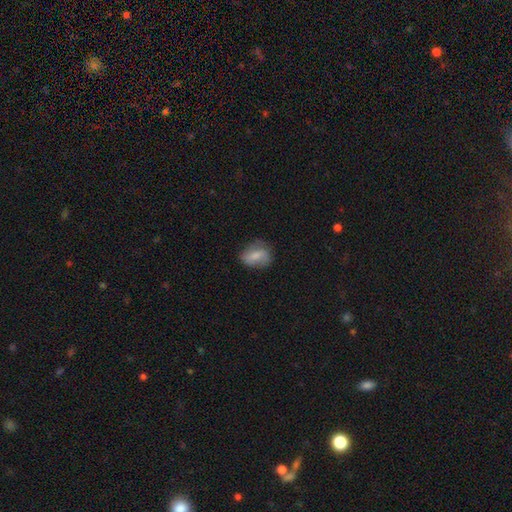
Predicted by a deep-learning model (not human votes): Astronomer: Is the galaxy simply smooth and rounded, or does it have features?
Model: smooth — 65%.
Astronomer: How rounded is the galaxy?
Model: in between — 67%.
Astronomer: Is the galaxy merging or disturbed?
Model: none — 63%.